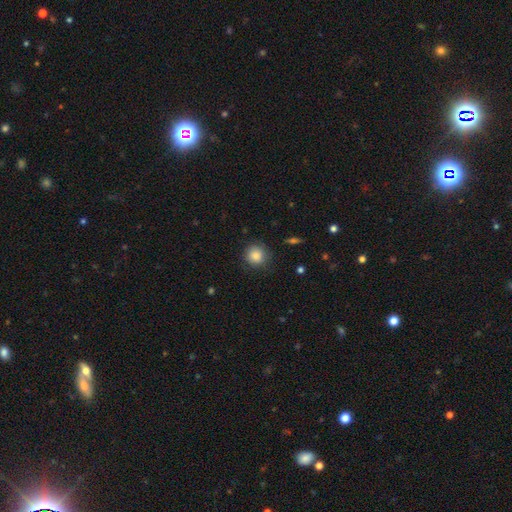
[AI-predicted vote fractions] This is clearly a smooth galaxy (85%). How rounded: clearly round (93%). Merging: clearly none (84%).